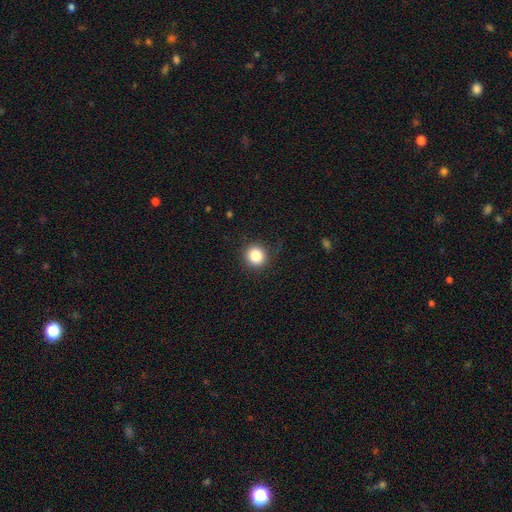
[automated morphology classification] Smooth or featured? smooth (85%)
How rounded? round (92%)
Merging? none (88%)